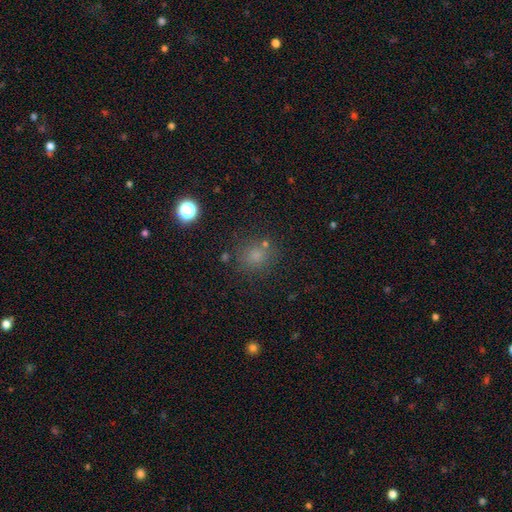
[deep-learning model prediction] smooth-or-featured: smooth: 72% | star or artifact: 21% | featured or disk: 7%
  how-rounded: round: 82% | in between: 17% | cigar-shaped: 1%
  merging: none: 77% | minor disturbance: 11% | merger: 7% | major disturbance: 4%